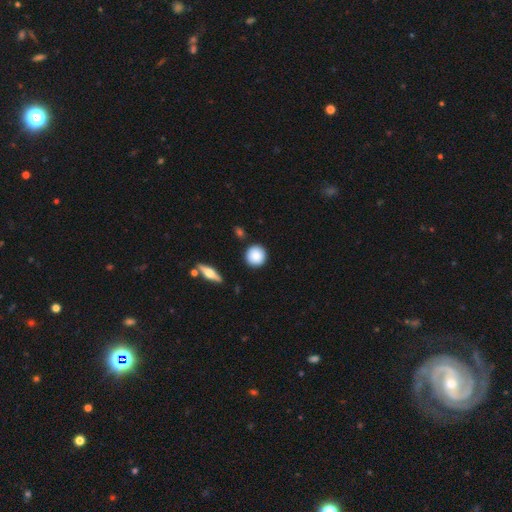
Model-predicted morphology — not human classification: Smooth or featured? Predicted: smooth (p=0.85). How rounded? Predicted: round (p=0.92). Merging? Predicted: none (p=0.89).